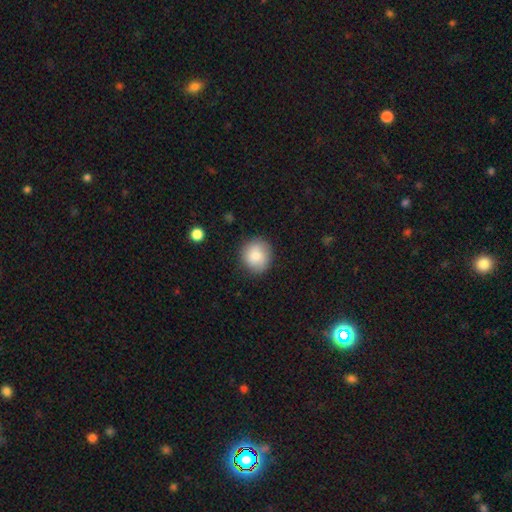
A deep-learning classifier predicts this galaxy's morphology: This appears to be a smooth galaxy with no disk features (82%) that is round (88%). Merging: none (84%).